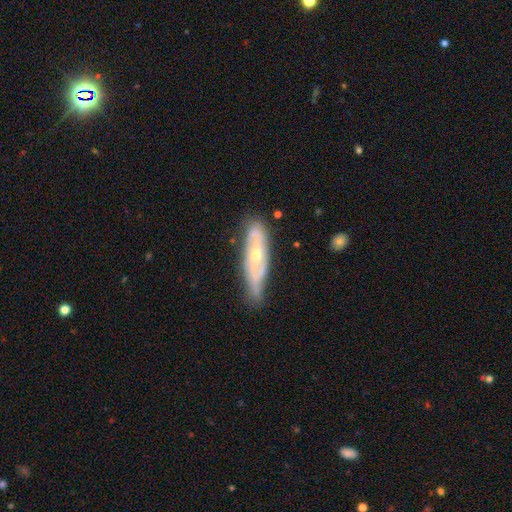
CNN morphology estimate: type=featured or disk (72%); edge-on=no (74%); bar=no (61%); spiral arms=yes (78%); bulge=moderate (52%); merging=none (60%).